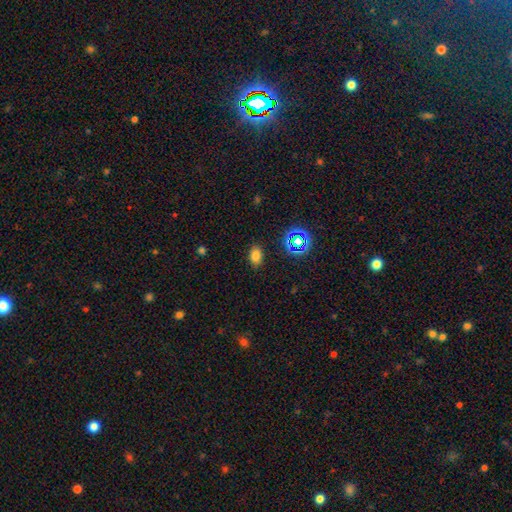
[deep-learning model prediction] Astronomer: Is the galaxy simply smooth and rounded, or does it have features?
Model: smooth — 76%.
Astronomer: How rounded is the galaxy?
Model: in between — 81%.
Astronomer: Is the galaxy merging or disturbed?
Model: none — 87%.